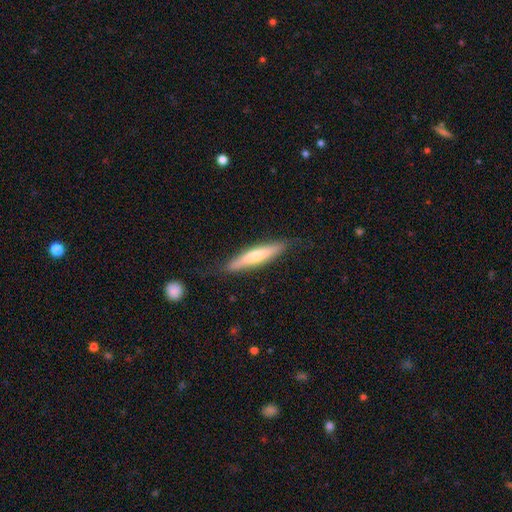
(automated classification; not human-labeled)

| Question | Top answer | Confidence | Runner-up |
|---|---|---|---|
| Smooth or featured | smooth | 49% | featured or disk (45%) |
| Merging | none | 83% | minor disturbance (13%) |